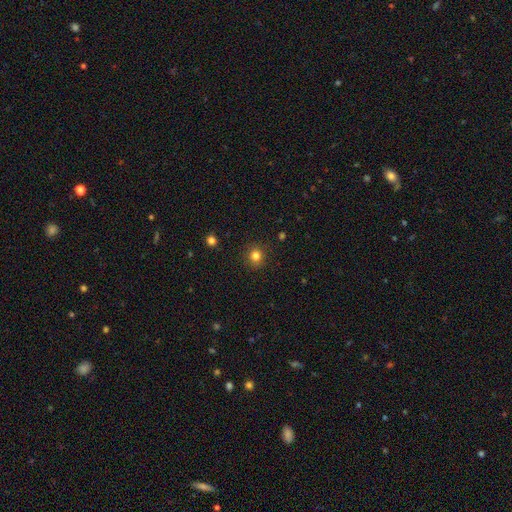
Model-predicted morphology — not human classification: This appears to be a smooth galaxy with no disk features (81%) that is round (90%). Merging: none (90%).